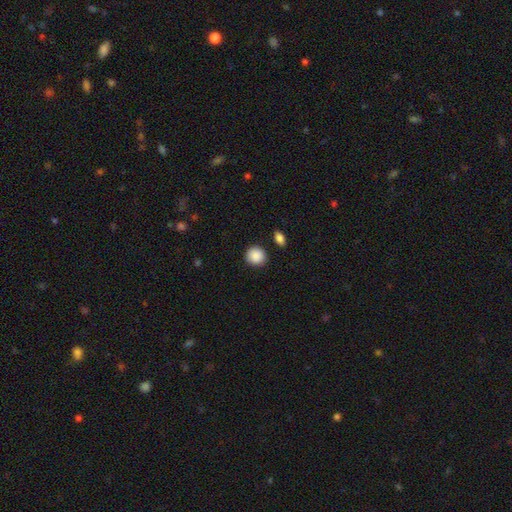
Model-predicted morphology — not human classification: Smooth or featured?
  - smooth: 90% *
  - star or artifact: 7%
  - featured or disk: 3%
How rounded?
  - round: 88% *
  - in between: 11%
  - cigar-shaped: 1%
Merging?
  - none: 89% *
  - minor disturbance: 7%
  - merger: 2%
  - major disturbance: 2%